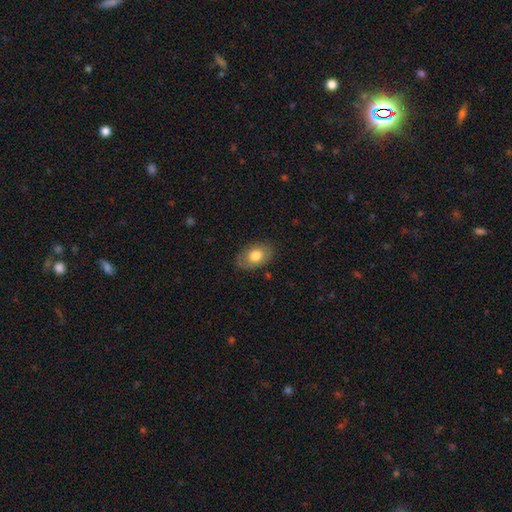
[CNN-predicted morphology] smooth 73%, featured or disk 20%, star or artifact 7%. Down the decision tree: how rounded — in between (86%); merging — none (81%).